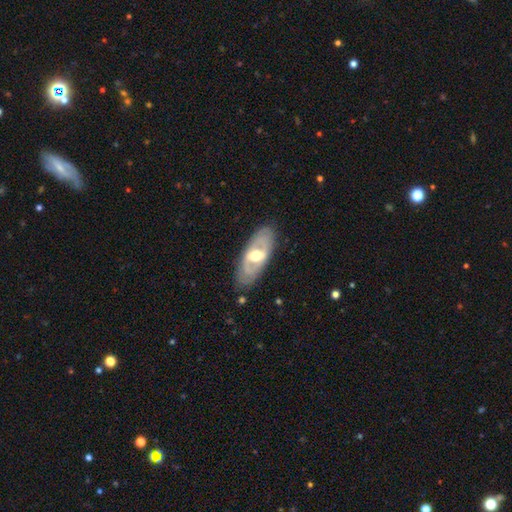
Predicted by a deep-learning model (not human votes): This is likely a featured or disk galaxy (65%). It is clearly not viewed edge-on (85%). Bar: marginally weak (39%). Spiral arm pattern: possibly no (58%). Central bulge: likely moderate (71%). Merging: clearly none (81%).